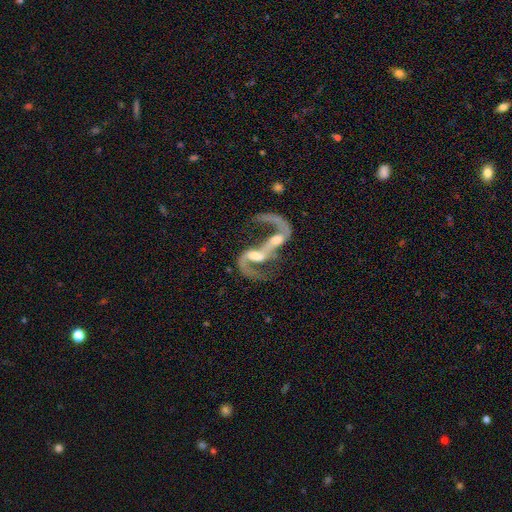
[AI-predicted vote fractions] Morphology: type=featured or disk (82%); edge-on=no (96%); bar=no (40%); spiral arms=yes (84%); winding=loose (79%); arm count=2 (70%); bulge=moderate (46%); merging=merger (61%).